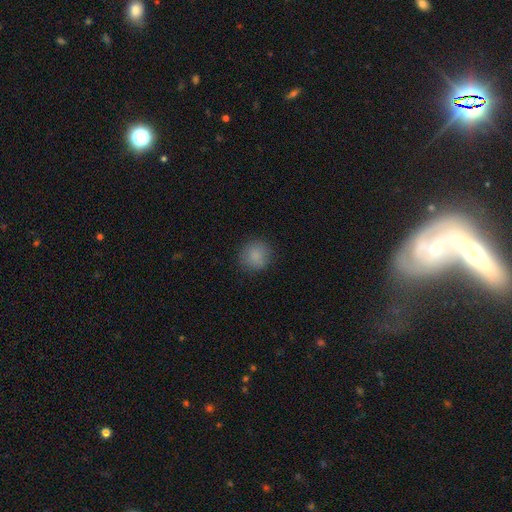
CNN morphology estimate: The model was most divided on "merging": none: 84%, minor disturbance: 11%, major disturbance: 3%, merger: 1%. More confident: how rounded — round (89%); smooth or featured — smooth (85%).